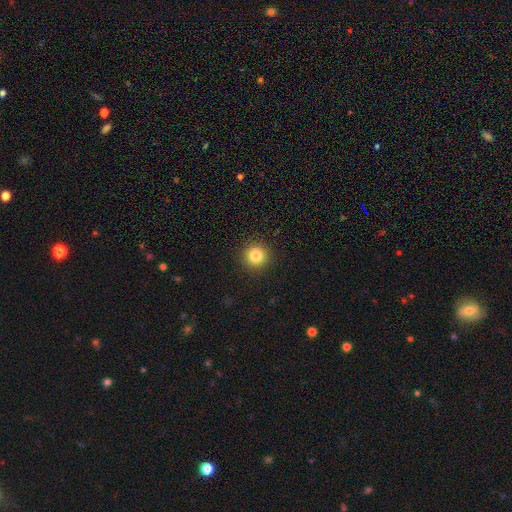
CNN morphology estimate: Overall: smooth (83%). How rounded: round (95%). Merging: none (92%).